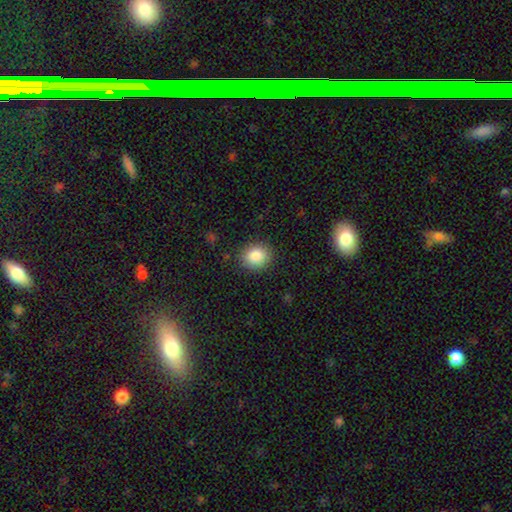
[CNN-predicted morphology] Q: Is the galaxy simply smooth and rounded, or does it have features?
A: smooth — 87%.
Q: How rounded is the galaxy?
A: round — 71%.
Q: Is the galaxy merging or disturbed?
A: none — 87%.